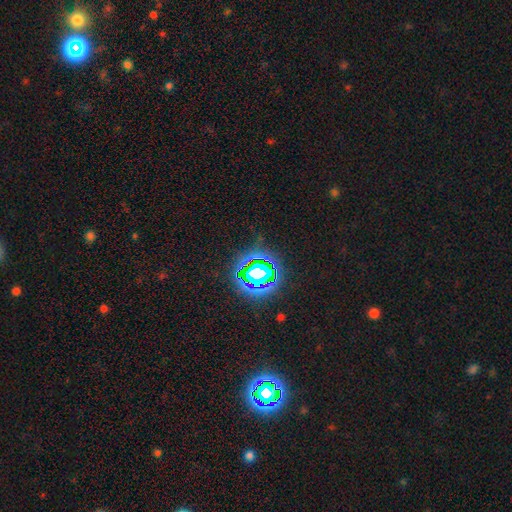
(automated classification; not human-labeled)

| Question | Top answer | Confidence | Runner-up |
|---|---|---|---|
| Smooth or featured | star or artifact | 82% | smooth (12%) |